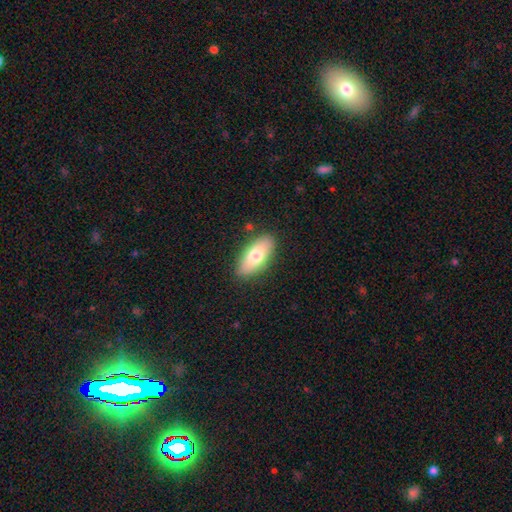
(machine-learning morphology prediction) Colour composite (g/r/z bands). It shows a smooth galaxy with no disk features (72%) that is in between round and cigar-shaped (84%). Merging: none (85%).